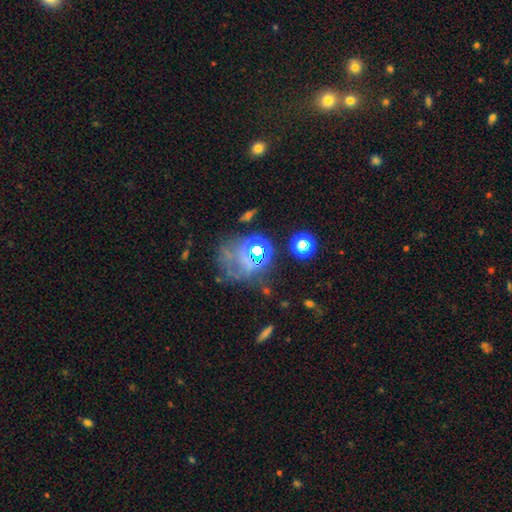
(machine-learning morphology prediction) This is marginally a star or artifact rather than a galaxy (42%).